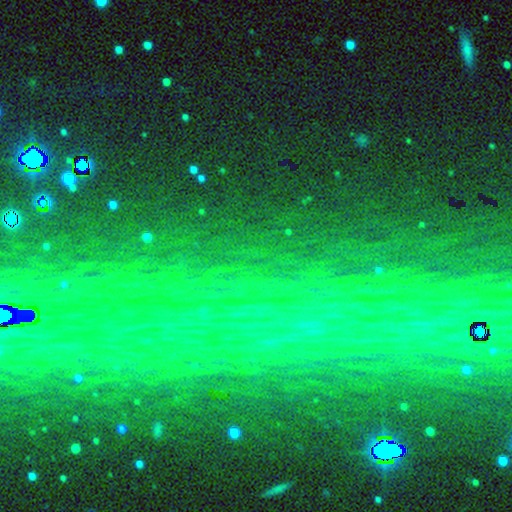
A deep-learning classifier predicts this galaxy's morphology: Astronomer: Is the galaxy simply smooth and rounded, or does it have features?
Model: star or artifact — 84%.